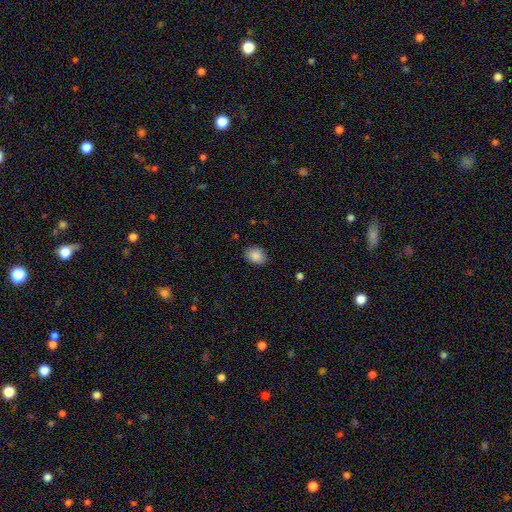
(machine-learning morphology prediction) A smooth galaxy with no disk features (88%) that is in between round and cigar-shaped (60%).

Vote fractions:
- Smooth or featured? smooth: 88% / star or artifact: 8% / featured or disk: 4%
- How rounded? in between: 60% / round: 39% / cigar-shaped: 1%
- Merging? none: 84% / minor disturbance: 12% / major disturbance: 3% / merger: 1%